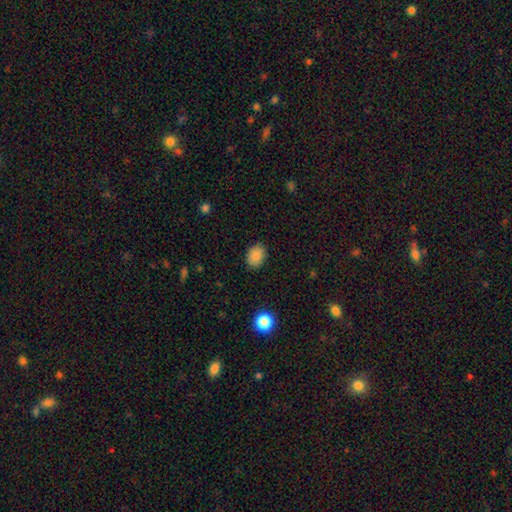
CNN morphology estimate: smooth 87%, star or artifact 9%, featured or disk 4%. Down the decision tree: how rounded — in between (59%); merging — none (87%).